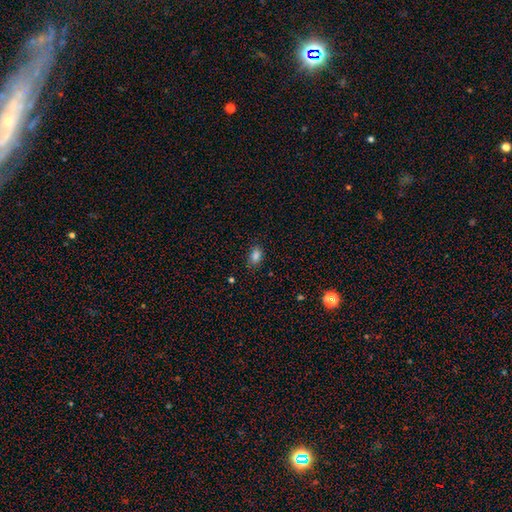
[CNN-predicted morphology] This is clearly a smooth galaxy (84%). How rounded: clearly in between (86%). Merging: clearly none (85%).